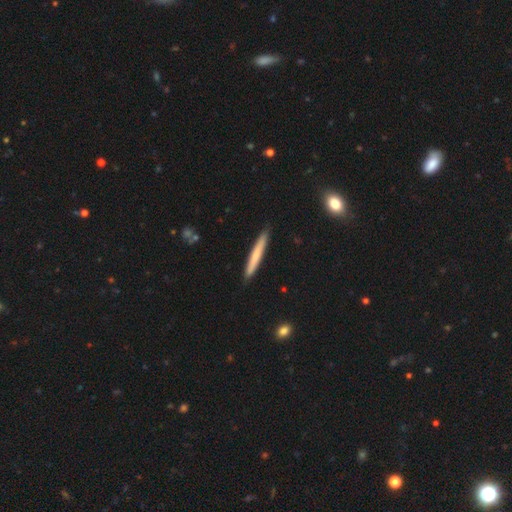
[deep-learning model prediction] The model was most divided on "smooth or featured": smooth: 62%, featured or disk: 33%, star or artifact: 5%. More confident: how rounded — cigar-shaped (96%); merging — none (90%).